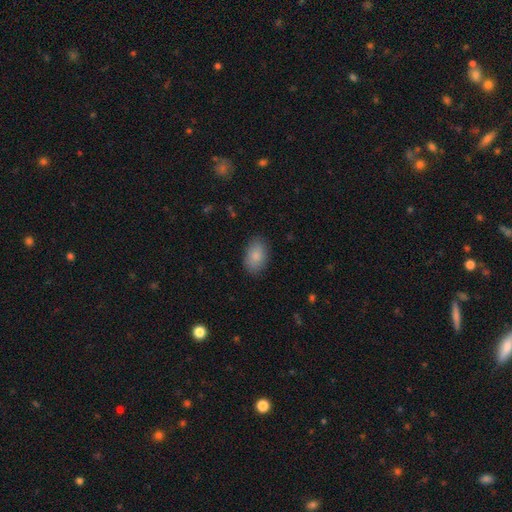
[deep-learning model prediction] This is clearly a smooth galaxy (87%). How rounded: clearly in between (91%). Merging: clearly none (84%).